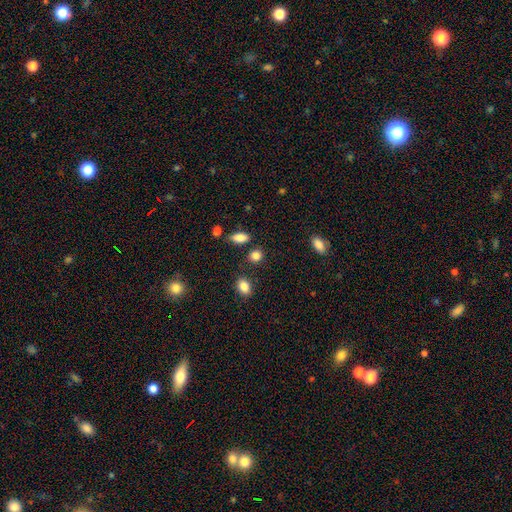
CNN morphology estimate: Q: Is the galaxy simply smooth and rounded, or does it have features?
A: smooth — 85%.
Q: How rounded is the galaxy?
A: in between — 49%.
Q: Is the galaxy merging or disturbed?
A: none — 79%.